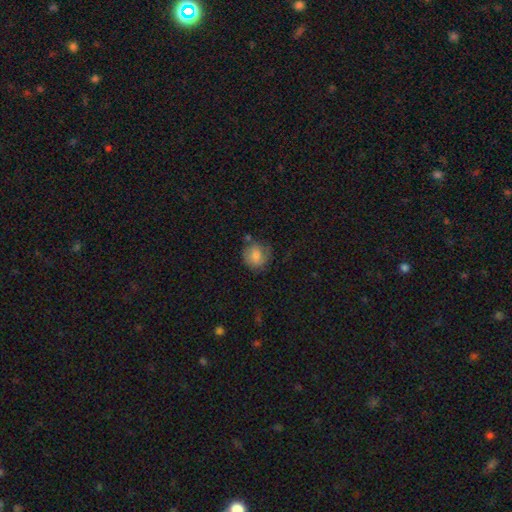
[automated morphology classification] Overall: smooth (70%). How rounded: round (83%). Merging: none (64%).